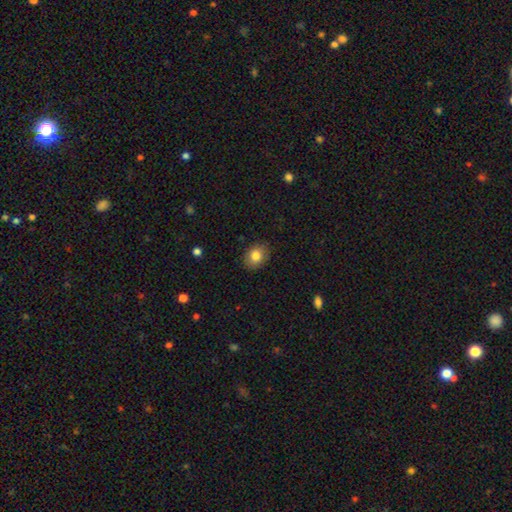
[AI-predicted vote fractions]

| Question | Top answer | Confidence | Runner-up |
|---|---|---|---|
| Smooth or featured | smooth | 82% | star or artifact (9%) |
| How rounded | in between | 55% | round (44%) |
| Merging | none | 86% | minor disturbance (10%) |